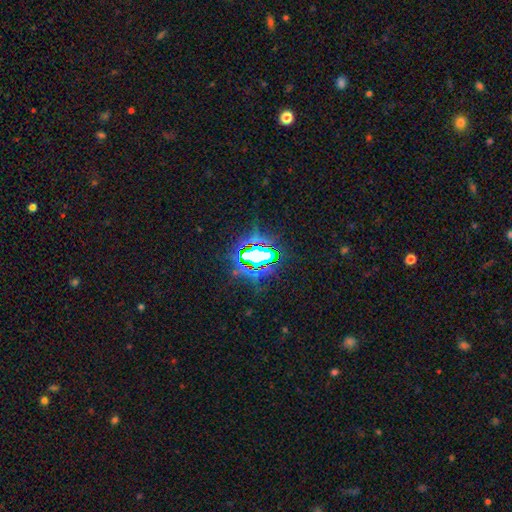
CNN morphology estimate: smooth_or_featured: star or artifact (p=0.75) [alt: smooth p=0.13]